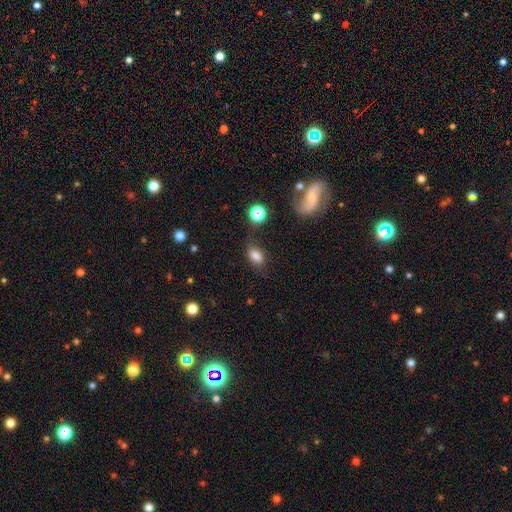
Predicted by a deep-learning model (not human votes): Overall: smooth (78%). How rounded: in between (82%). Merging: none (68%).